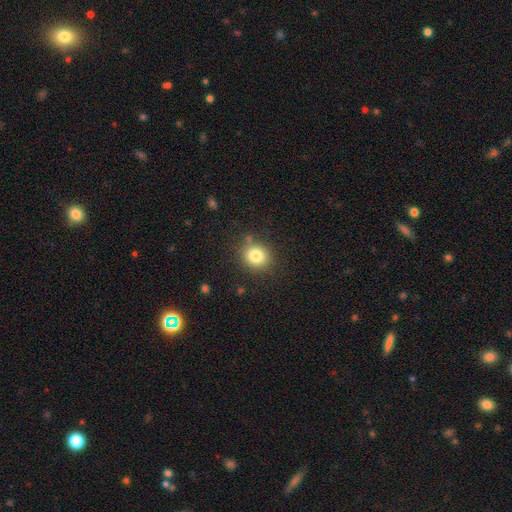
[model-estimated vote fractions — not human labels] Smooth or featured? smooth (81%)
How rounded? round (79%)
Merging? none (81%)